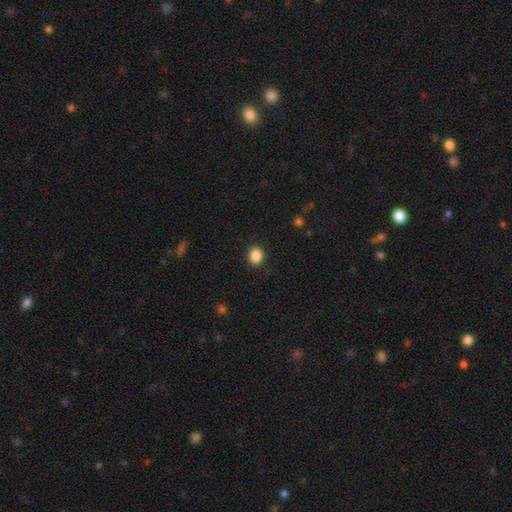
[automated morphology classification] A smooth galaxy with no disk features (87%) that is round (64%).

Vote fractions:
- Smooth or featured? smooth: 87% / star or artifact: 10% / featured or disk: 4%
- How rounded? round: 64% / in between: 36% / cigar-shaped: 1%
- Merging? none: 90% / minor disturbance: 7% / major disturbance: 2% / merger: 1%